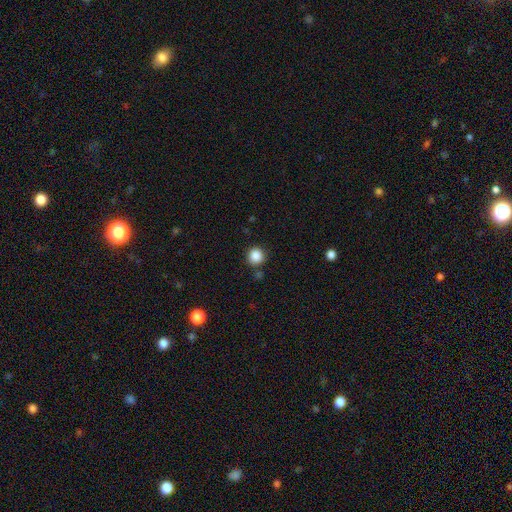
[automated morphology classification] Overall: smooth (87%). How rounded: round (94%). Merging: none (85%).